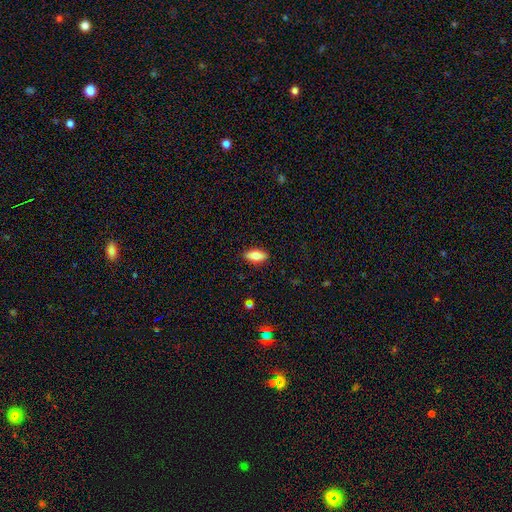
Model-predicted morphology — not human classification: Smooth or featured?
  - smooth: 81% *
  - featured or disk: 12%
  - star or artifact: 7%
How rounded?
  - in between: 85% *
  - cigar-shaped: 12%
  - round: 3%
Merging?
  - none: 88% *
  - minor disturbance: 9%
  - major disturbance: 2%
  - merger: 1%